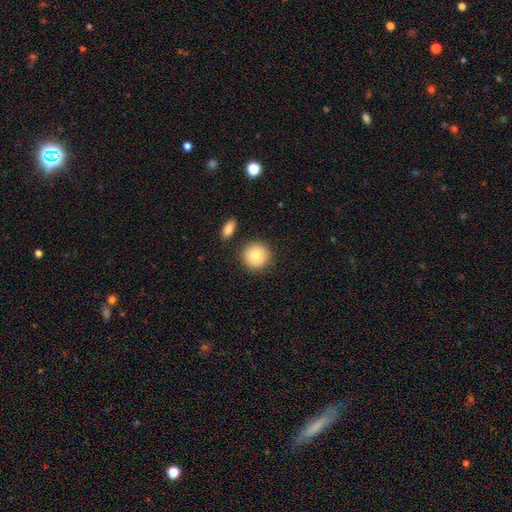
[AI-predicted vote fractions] Smooth or featured?
  - smooth: 83% *
  - featured or disk: 9%
  - star or artifact: 8%
How rounded?
  - round: 93% *
  - in between: 6%
  - cigar-shaped: 1%
Merging?
  - none: 86% *
  - minor disturbance: 8%
  - merger: 4%
  - major disturbance: 2%